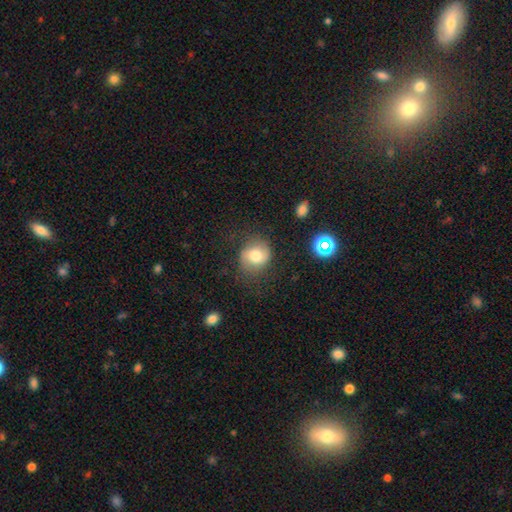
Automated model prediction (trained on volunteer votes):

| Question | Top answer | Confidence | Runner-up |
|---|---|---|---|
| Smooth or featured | smooth | 58% | featured or disk (31%) |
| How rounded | round | 72% | in between (27%) |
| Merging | none | 67% | minor disturbance (21%) |